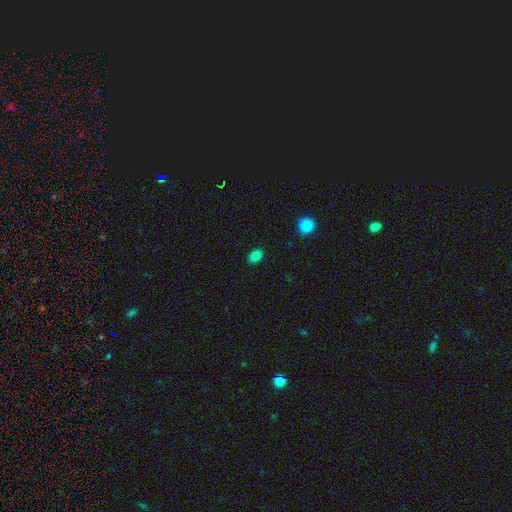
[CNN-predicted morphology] Smooth or featured: smooth — 83% (star or artifact — 12%)
How rounded: in between — 83% (round — 16%)
Merging: none — 88% (minor disturbance — 8%)